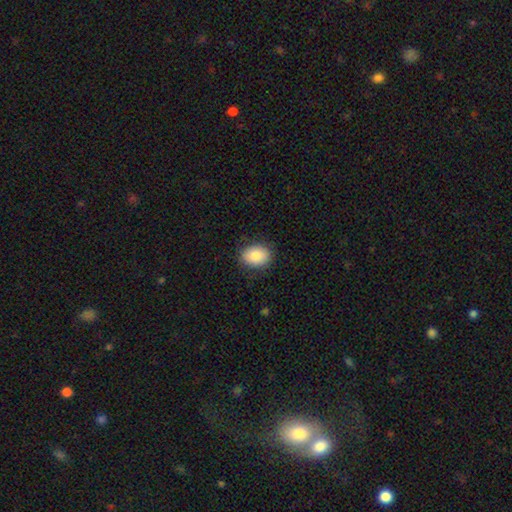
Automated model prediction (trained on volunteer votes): This is clearly a smooth galaxy (84%). How rounded: likely in between (62%). Merging: clearly none (85%).